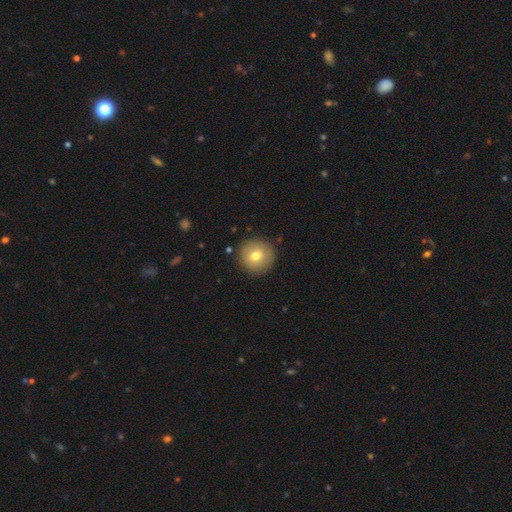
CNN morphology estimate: This appears to be a smooth galaxy with no disk features (74%) that is round (94%). Merging: none (89%).